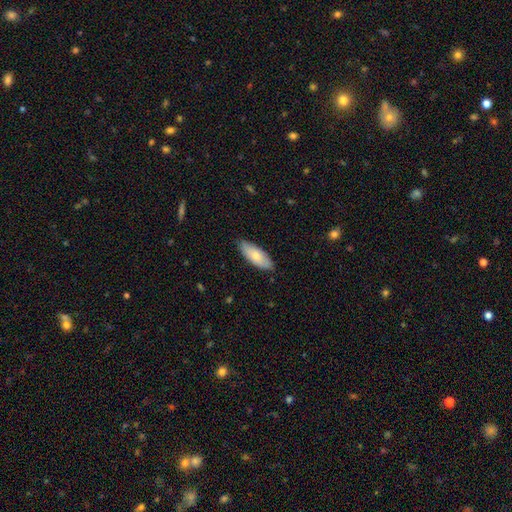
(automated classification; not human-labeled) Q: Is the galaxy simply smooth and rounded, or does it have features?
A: smooth — 73%.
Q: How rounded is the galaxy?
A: in between — 77%.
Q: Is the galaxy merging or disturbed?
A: none — 84%.